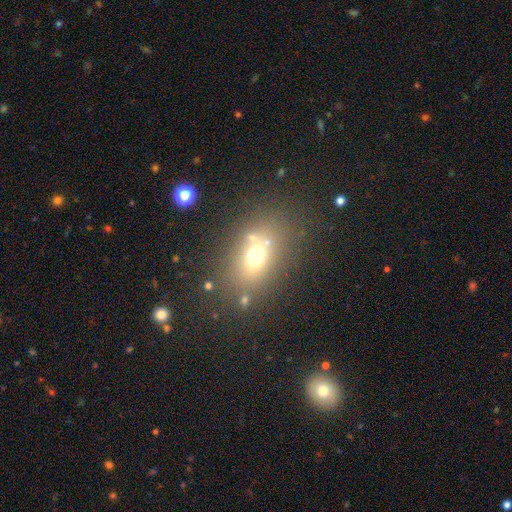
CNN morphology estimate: smooth_or_featured: smooth (p=0.63) [alt: featured or disk p=0.19]
how_rounded: in between (p=0.67) [alt: round p=0.31]
merging: none (p=0.68) [alt: merger p=0.13]